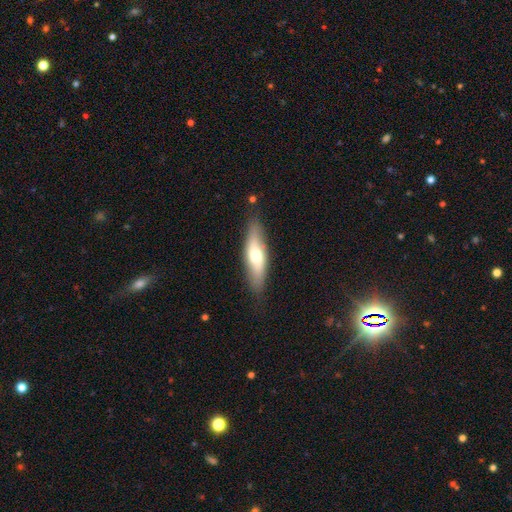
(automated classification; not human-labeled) smooth-or-featured: smooth: 55% | featured or disk: 40% | star or artifact: 6%
  how-rounded: cigar-shaped: 55% | in between: 43% | round: 2%
  merging: none: 82% | minor disturbance: 14% | major disturbance: 3% | merger: 2%